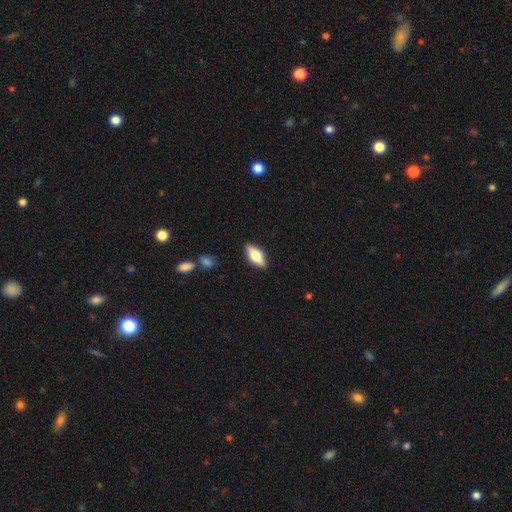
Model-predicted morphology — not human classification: Smooth or featured?
  - smooth: 54% *
  - featured or disk: 39%
  - star or artifact: 7%
How rounded?
  - in between: 73% *
  - cigar-shaped: 23%
  - round: 3%
Merging?
  - none: 87% *
  - minor disturbance: 10%
  - major disturbance: 2%
  - merger: 1%